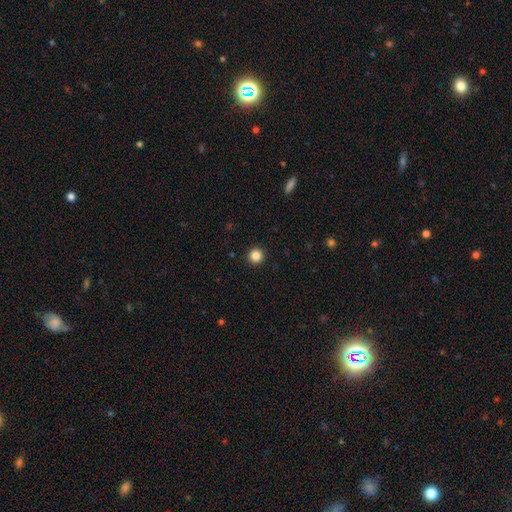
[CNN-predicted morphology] A smooth galaxy with no disk features (85%) that is round (96%). Merging: none (93%).